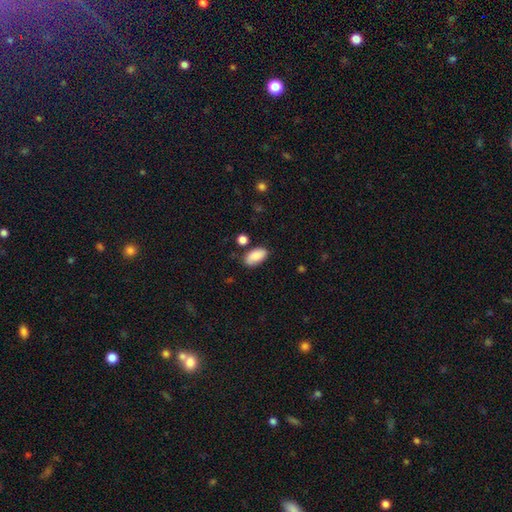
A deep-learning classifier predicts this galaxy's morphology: This appears to be a smooth galaxy with no disk features (87%) that is in between round and cigar-shaped (93%). Merging: none (75%).